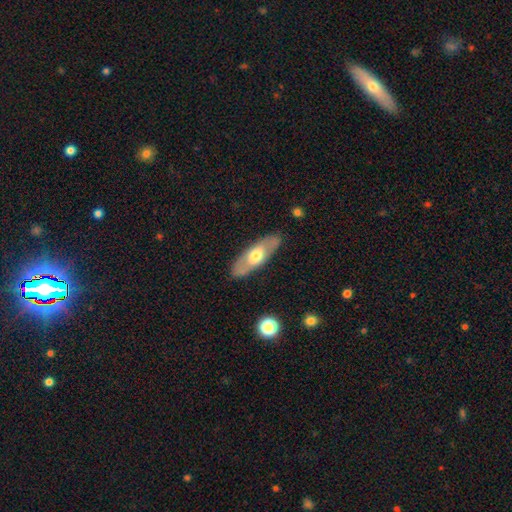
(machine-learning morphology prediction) The model was most divided on "smooth or featured": smooth: 50%, featured or disk: 45%, star or artifact: 5%. More confident: merging — none (85%).